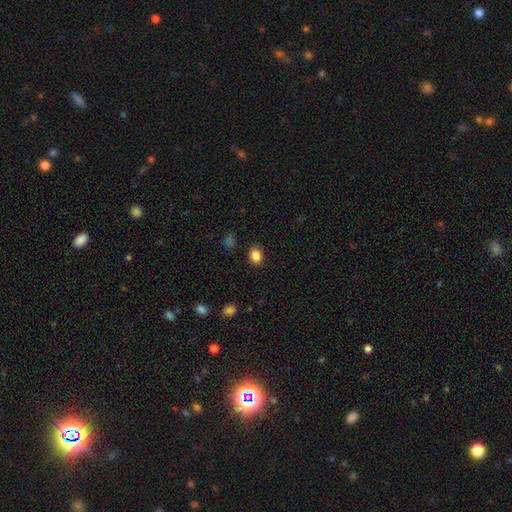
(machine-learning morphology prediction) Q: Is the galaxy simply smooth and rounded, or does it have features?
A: smooth — 86%.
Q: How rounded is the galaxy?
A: in between — 60%.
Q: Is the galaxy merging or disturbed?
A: none — 88%.